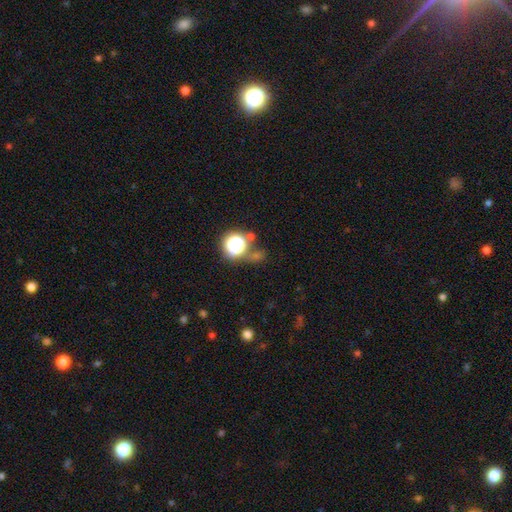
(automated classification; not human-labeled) This is possibly a star or artifact rather than a galaxy (56%).